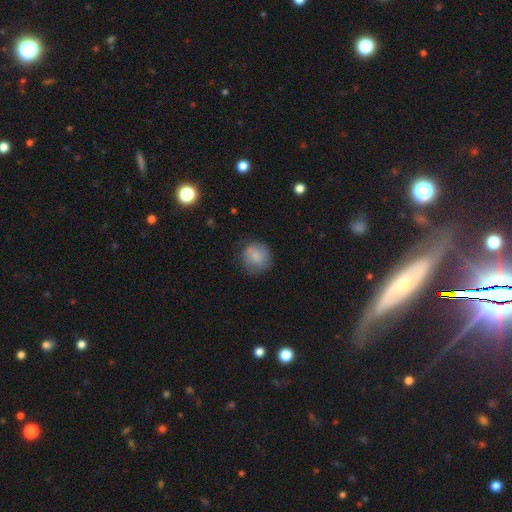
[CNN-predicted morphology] This appears to be a smooth galaxy with no disk features (79%) that is round (90%). Merging: none (76%).